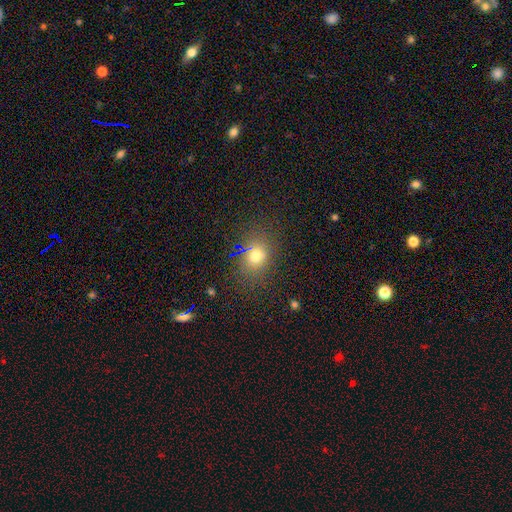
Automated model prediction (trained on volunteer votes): smooth_or_featured: smooth (p=0.73) [alt: star or artifact p=0.18]
how_rounded: in between (p=0.54) [alt: round p=0.44]
merging: none (p=0.82) [alt: minor disturbance p=0.12]